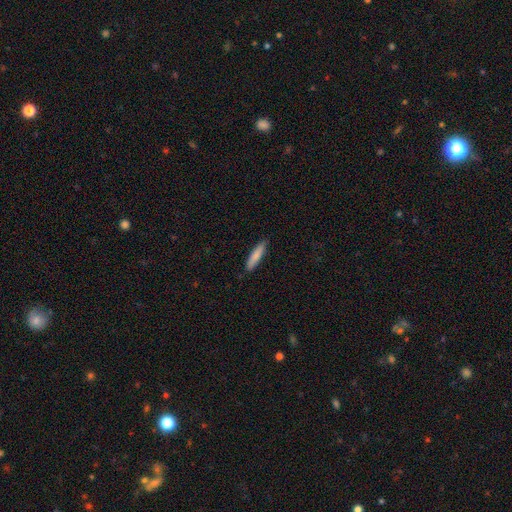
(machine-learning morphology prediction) The model was most divided on "how rounded": cigar-shaped: 83%, in between: 16%, round: 1%. More confident: merging — none (87%); smooth or featured — smooth (83%).